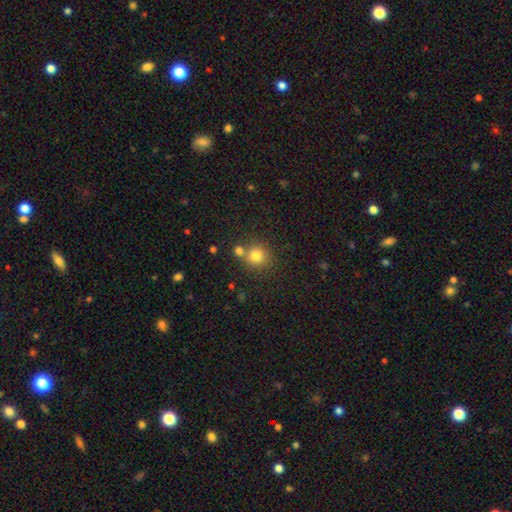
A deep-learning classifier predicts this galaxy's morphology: This is likely a smooth galaxy (79%). How rounded: clearly round (90%). Merging: likely none (66%).